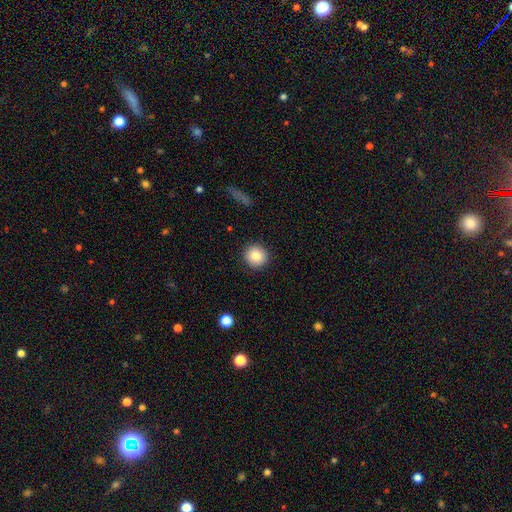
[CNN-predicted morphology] type=smooth (85%); roundness=round (93%); merging=none (91%).